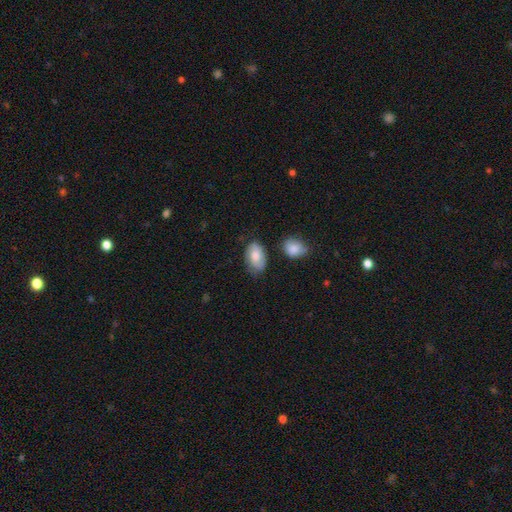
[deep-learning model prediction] Overall: smooth (72%). How rounded: in between (91%). Merging: none (67%).